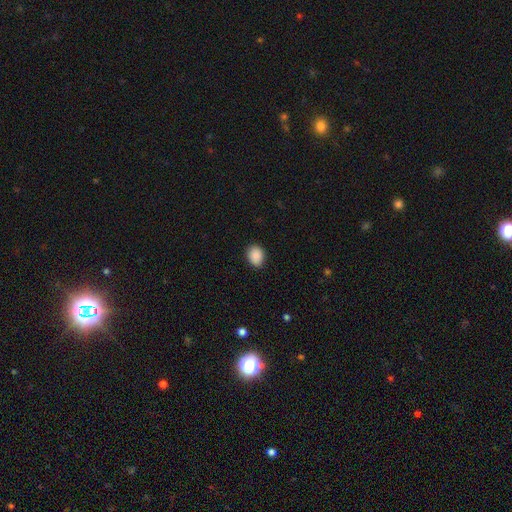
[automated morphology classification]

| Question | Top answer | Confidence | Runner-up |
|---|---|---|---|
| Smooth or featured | smooth | 89% | star or artifact (8%) |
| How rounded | in between | 55% | round (44%) |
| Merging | none | 87% | minor disturbance (10%) |